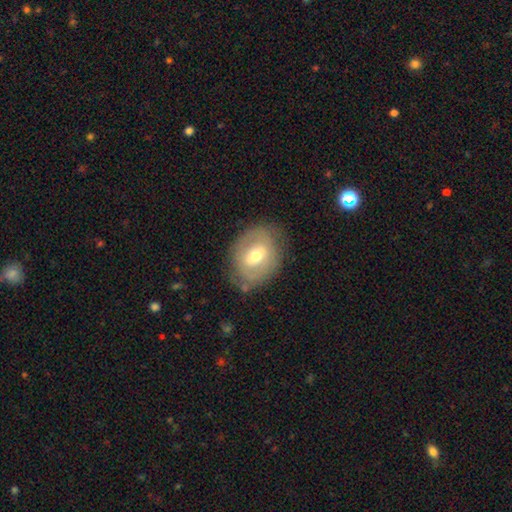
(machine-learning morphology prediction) Smooth or featured: featured or disk — 49% (smooth — 43%)
Merging: none — 74% (minor disturbance — 18%)